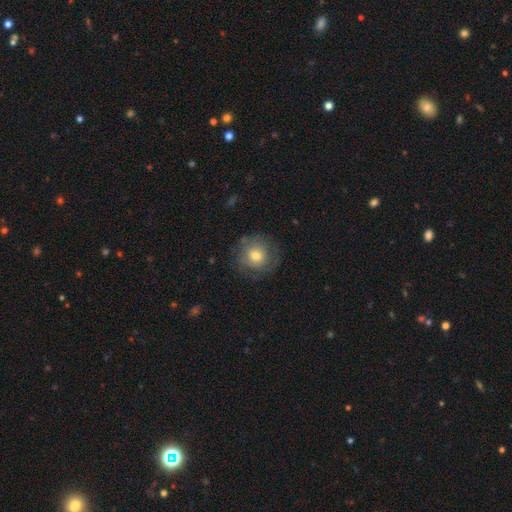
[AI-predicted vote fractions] This is possibly a smooth galaxy (60%). How rounded: clearly round (91%). Merging: likely none (74%).